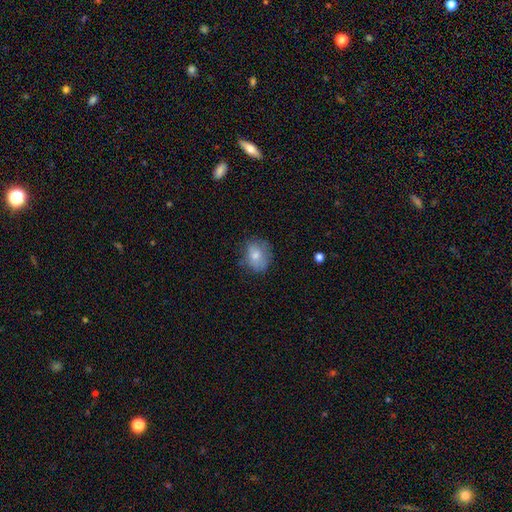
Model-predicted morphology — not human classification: Smooth or featured?
  - smooth: 76% *
  - featured or disk: 16%
  - star or artifact: 8%
How rounded?
  - round: 64% *
  - in between: 35%
  - cigar-shaped: 1%
Merging?
  - none: 64% *
  - minor disturbance: 25%
  - major disturbance: 9%
  - merger: 2%